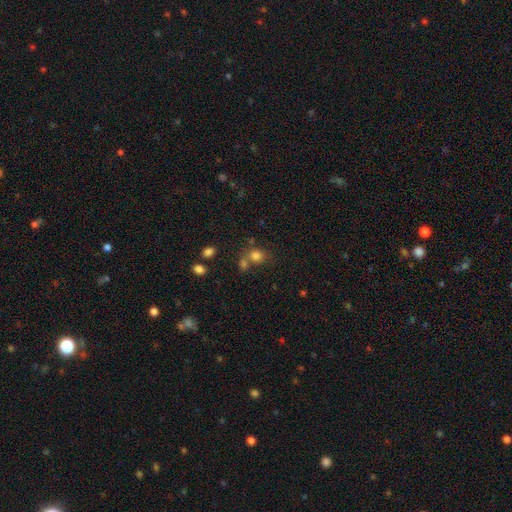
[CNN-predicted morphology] A smooth galaxy with no disk features (78%) that is round (72%). Merging: none (55%).